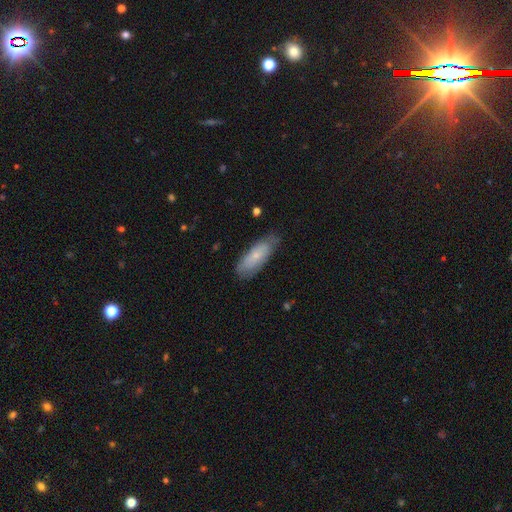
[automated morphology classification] smooth-or-featured: smooth: 64% | featured or disk: 29% | star or artifact: 6%
  how-rounded: in between: 67% | cigar-shaped: 31% | round: 2%
  merging: none: 72% | minor disturbance: 22% | major disturbance: 4% | merger: 1%